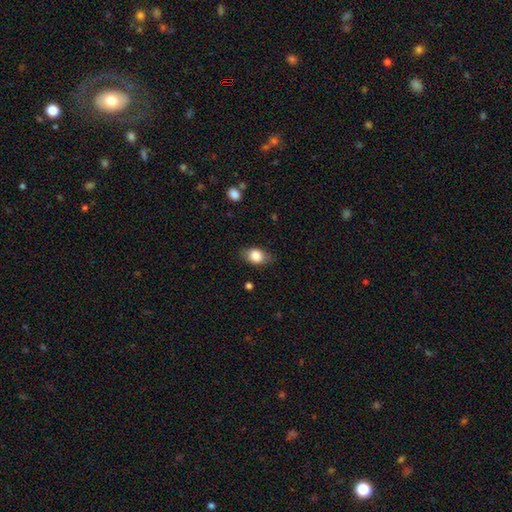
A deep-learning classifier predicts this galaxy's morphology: Overall: smooth (82%). How rounded: in between (81%). Merging: none (79%).